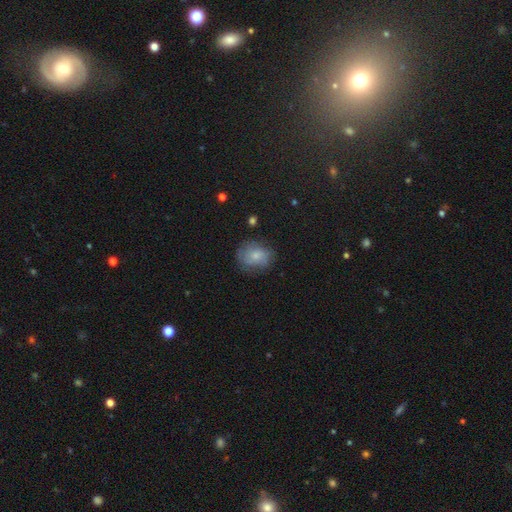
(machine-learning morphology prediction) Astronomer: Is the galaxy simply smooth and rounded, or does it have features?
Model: smooth — 68%.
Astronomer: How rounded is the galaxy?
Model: round — 67%.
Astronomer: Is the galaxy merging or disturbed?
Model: none — 70%.